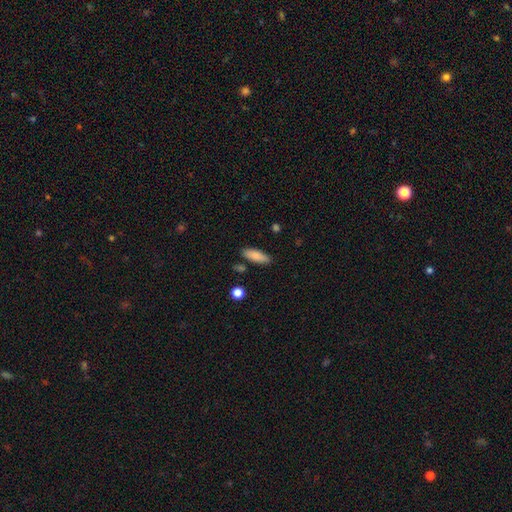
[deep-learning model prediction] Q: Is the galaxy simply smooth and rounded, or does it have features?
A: smooth — 85%.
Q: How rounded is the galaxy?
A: in between — 55%.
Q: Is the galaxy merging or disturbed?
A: none — 85%.